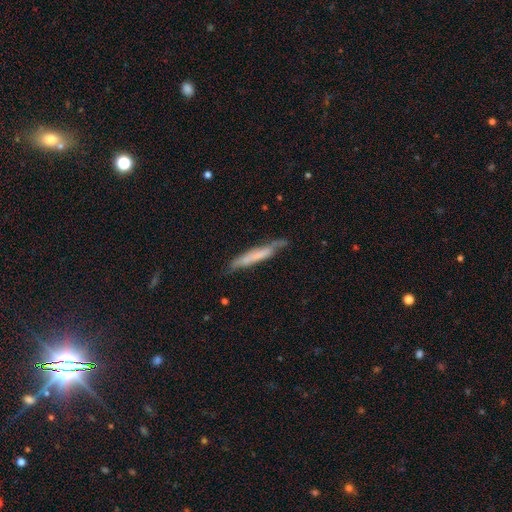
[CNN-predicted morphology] smooth-or-featured: smooth: 53% | featured or disk: 41% | star or artifact: 6%
  how-rounded: cigar-shaped: 93% | in between: 6% | round: 1%
  merging: none: 64% | minor disturbance: 26% | major disturbance: 7% | merger: 3%